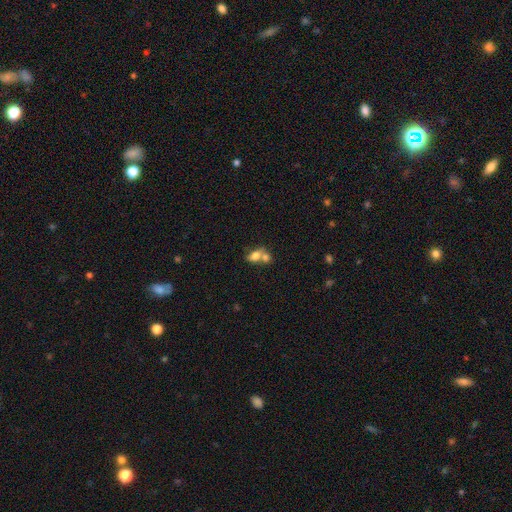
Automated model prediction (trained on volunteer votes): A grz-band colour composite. It shows a smooth galaxy with no disk features (72%) that is in between round and cigar-shaped (73%). Merging: merger (62%).